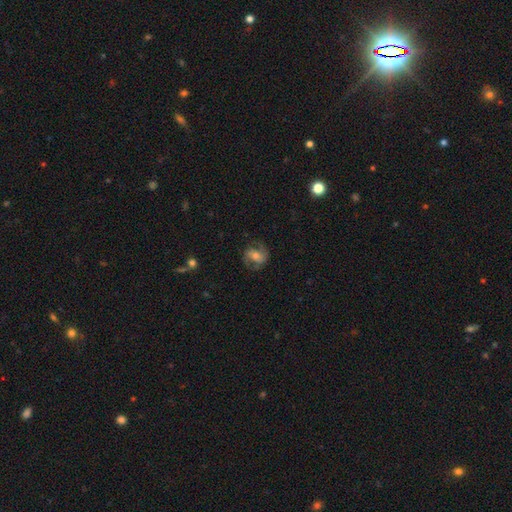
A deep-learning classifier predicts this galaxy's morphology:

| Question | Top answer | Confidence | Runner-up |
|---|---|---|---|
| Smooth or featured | featured or disk | 61% | smooth (31%) |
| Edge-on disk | no | 96% | yes (4%) |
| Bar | no | 39% | weak (37%) |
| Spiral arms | yes | 84% | no (16%) |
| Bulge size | moderate | 56% | small (33%) |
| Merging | none | 71% | minor disturbance (17%) |